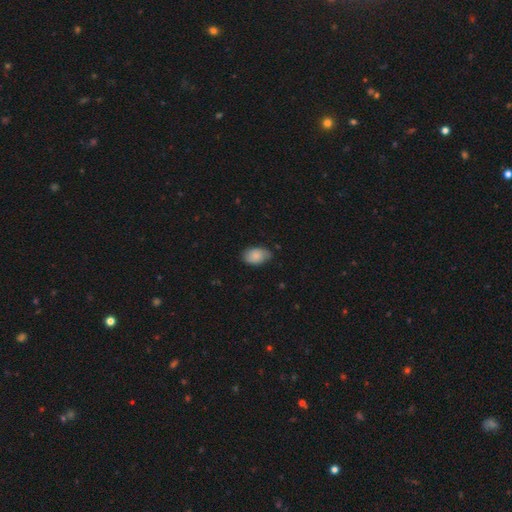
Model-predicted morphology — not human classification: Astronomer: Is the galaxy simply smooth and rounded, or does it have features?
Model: smooth — 84%.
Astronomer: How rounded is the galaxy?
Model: in between — 89%.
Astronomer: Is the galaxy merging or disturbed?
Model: none — 72%.